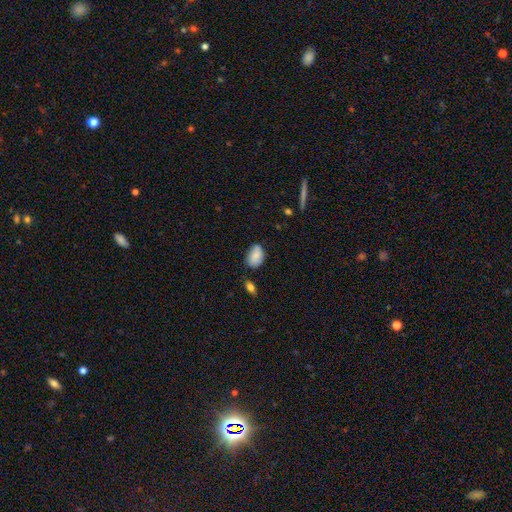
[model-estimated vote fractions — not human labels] The model was most divided on "merging": none: 65%, minor disturbance: 27%, major disturbance: 5%, merger: 4%. More confident: how rounded — in between (87%); smooth or featured — smooth (82%).